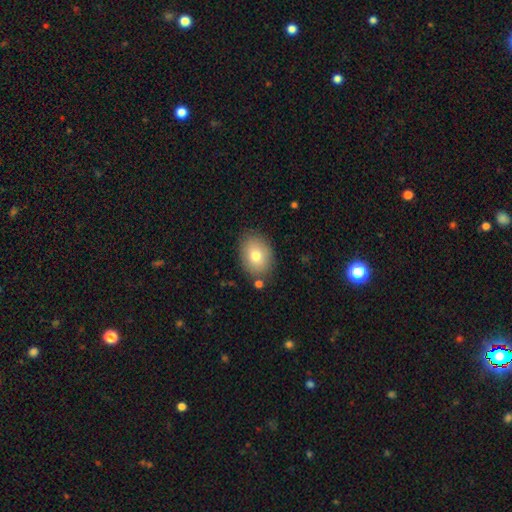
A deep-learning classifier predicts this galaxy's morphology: Smooth or featured? smooth (76%)
How rounded? in between (67%)
Merging? none (81%)